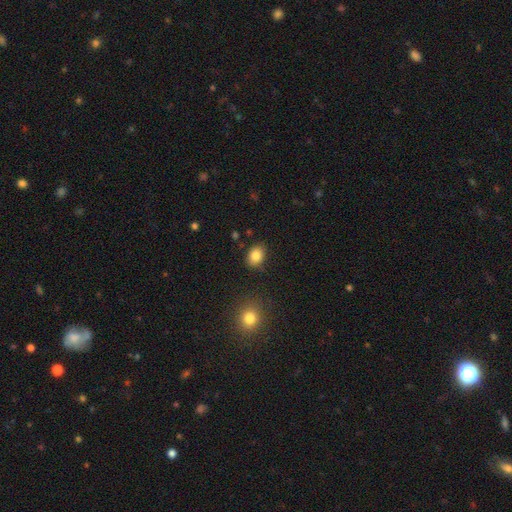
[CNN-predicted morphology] A smooth galaxy with no disk features (85%) that is in between round and cigar-shaped (63%). Merging: none (83%).